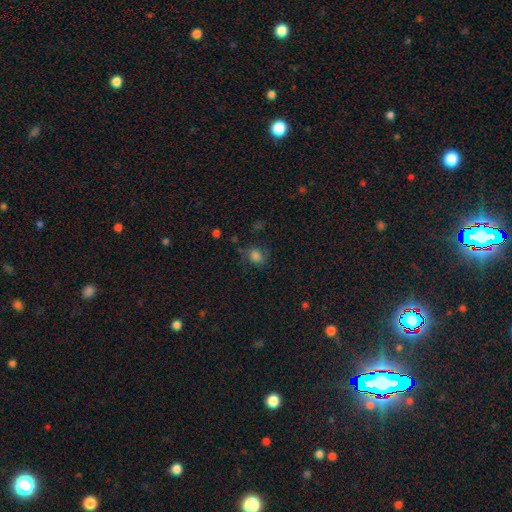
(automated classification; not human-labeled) Smooth or featured?
  - smooth: 74% *
  - star or artifact: 17%
  - featured or disk: 9%
How rounded?
  - round: 61% *
  - in between: 38%
  - cigar-shaped: 1%
Merging?
  - none: 65% *
  - minor disturbance: 22%
  - major disturbance: 11%
  - merger: 3%